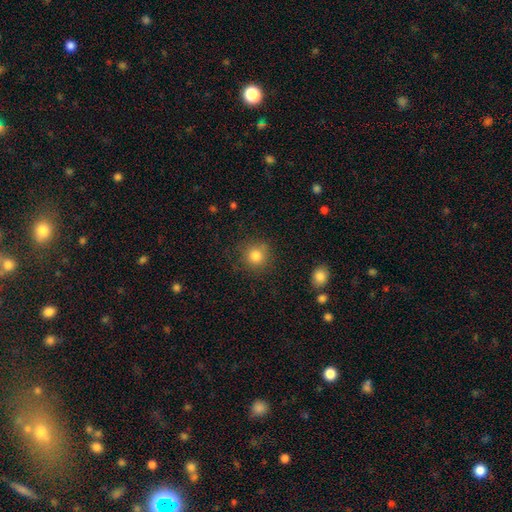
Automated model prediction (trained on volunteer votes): smooth 83%, star or artifact 11%, featured or disk 6%. Down the decision tree: how rounded — round (91%); merging — none (81%).